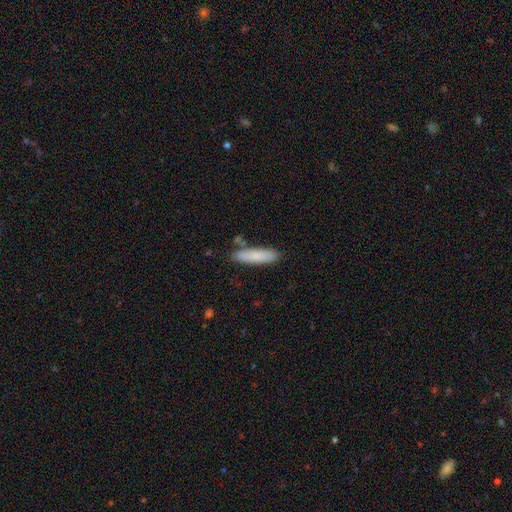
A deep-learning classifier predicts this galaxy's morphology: This appears to be a smooth galaxy with no disk features (81%) that is cigar-shaped (76%). Merging: none (81%).